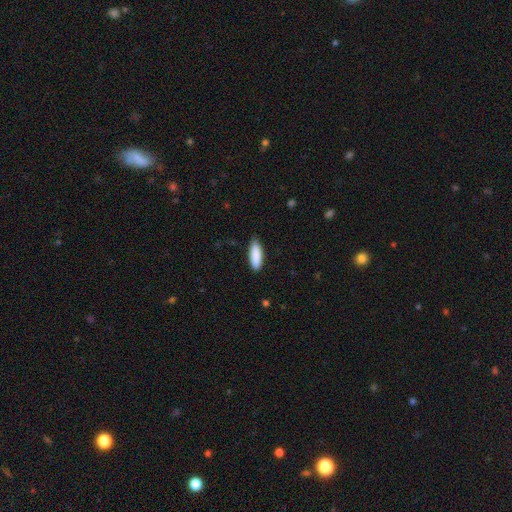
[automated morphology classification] Overall: smooth (90%). How rounded: in between (58%; cigar-shaped 40%). Merging: none (87%).